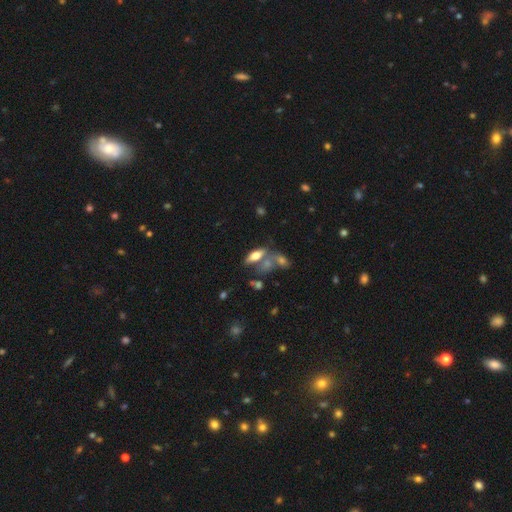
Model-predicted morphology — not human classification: A smooth galaxy with no disk features (57%) that is in between round and cigar-shaped (69%).

Vote fractions:
- Smooth or featured? smooth: 57% / featured or disk: 33% / star or artifact: 10%
- How rounded? in between: 69% / cigar-shaped: 27% / round: 4%
- Merging? none: 47% / merger: 32% / minor disturbance: 13% / major disturbance: 7%